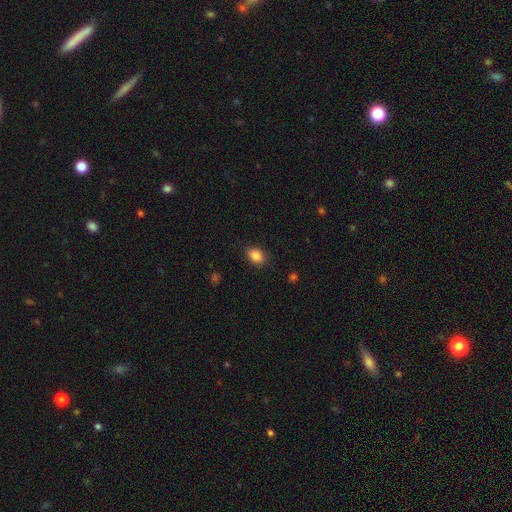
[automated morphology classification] Smooth or featured?
  - smooth: 87% *
  - star or artifact: 9%
  - featured or disk: 4%
How rounded?
  - in between: 71% *
  - round: 28%
  - cigar-shaped: 1%
Merging?
  - none: 84% *
  - minor disturbance: 13%
  - major disturbance: 3%
  - merger: 1%